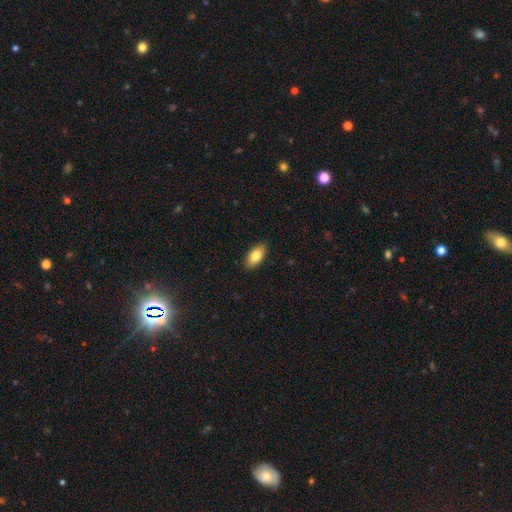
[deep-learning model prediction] smooth 81%, featured or disk 13%, star or artifact 7%. Down the decision tree: how rounded — in between (91%); merging — none (89%).